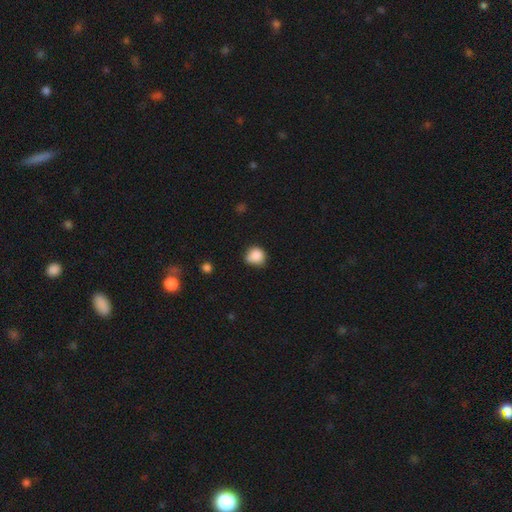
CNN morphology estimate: Smooth or featured: smooth — 86% (star or artifact — 10%)
How rounded: round — 82% (in between — 17%)
Merging: none — 65% (minor disturbance — 28%)